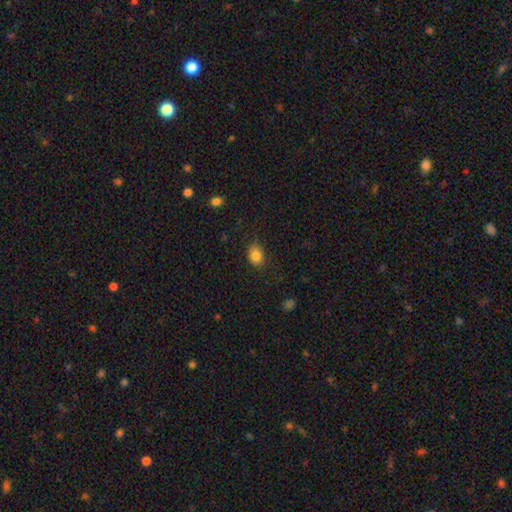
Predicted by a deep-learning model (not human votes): This is clearly a smooth galaxy (84%). How rounded: possibly in between (55%). Merging: likely none (70%).